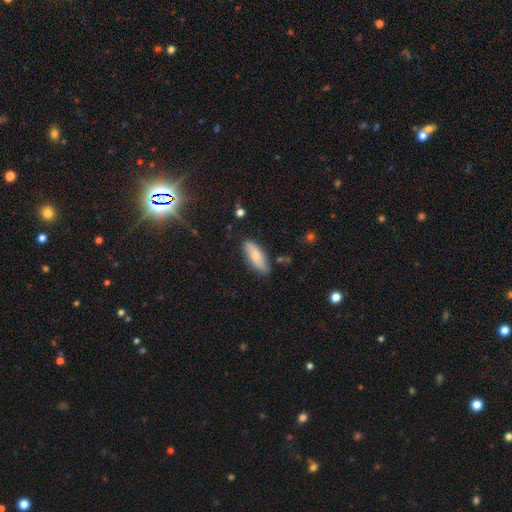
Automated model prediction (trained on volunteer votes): This appears to be a smooth galaxy with no disk features (70%) that is in between round and cigar-shaped (69%). Merging: none (80%).